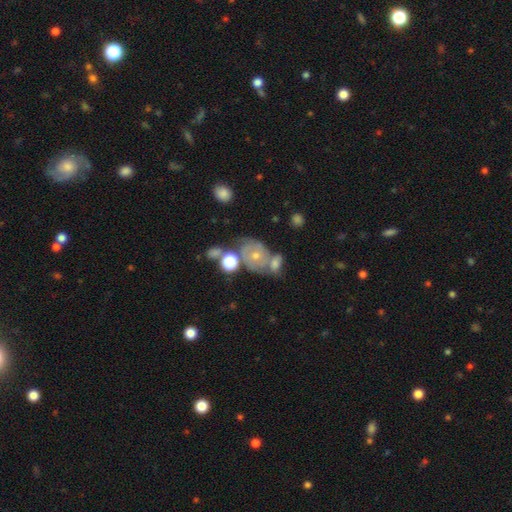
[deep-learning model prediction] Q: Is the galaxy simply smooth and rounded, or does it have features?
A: featured or disk — 55%.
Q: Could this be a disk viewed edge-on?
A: no — 96%.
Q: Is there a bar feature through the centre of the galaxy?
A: no — 82%.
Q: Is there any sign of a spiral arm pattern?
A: yes — 69%.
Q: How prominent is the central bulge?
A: small — 50%.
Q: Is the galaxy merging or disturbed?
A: none — 40%.